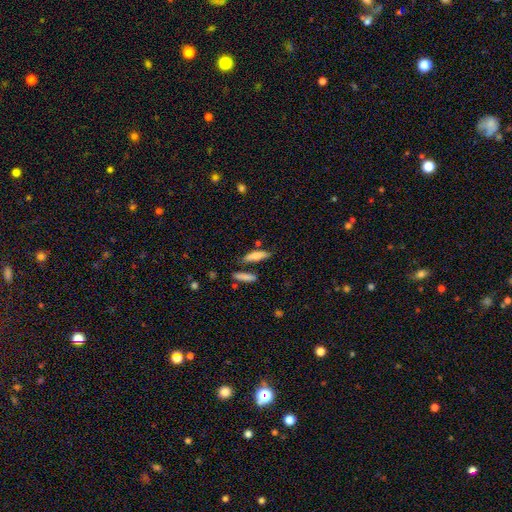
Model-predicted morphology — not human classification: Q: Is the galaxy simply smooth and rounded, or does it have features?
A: smooth — 71%.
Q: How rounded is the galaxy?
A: cigar-shaped — 70%.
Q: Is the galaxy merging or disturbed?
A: none — 66%.